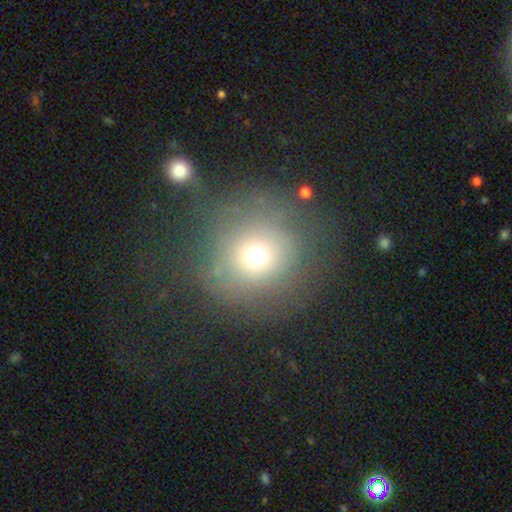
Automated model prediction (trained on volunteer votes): This is likely a smooth galaxy (66%). How rounded: clearly round (90%). Merging: likely none (69%).